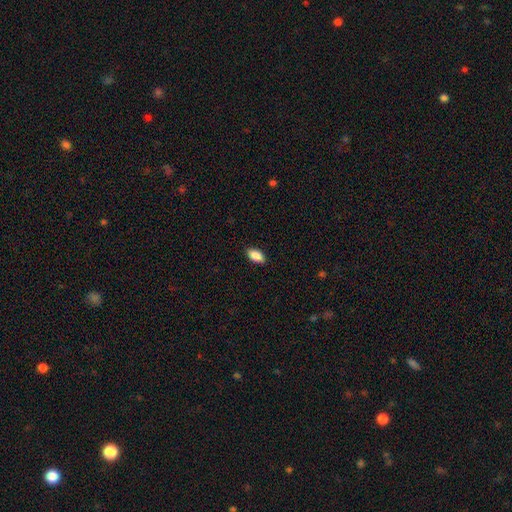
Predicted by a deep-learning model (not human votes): smooth-or-featured: smooth: 87% | star or artifact: 7% | featured or disk: 6%
  how-rounded: in between: 92% | cigar-shaped: 5% | round: 3%
  merging: none: 89% | minor disturbance: 8% | major disturbance: 2% | merger: 1%